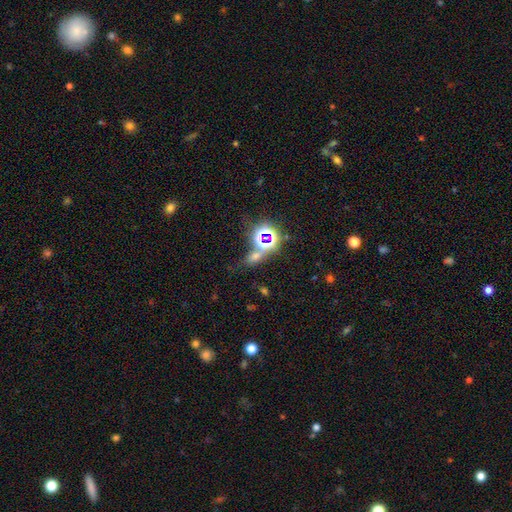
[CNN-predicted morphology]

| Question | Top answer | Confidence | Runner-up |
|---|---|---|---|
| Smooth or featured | star or artifact | 53% | smooth (37%) |